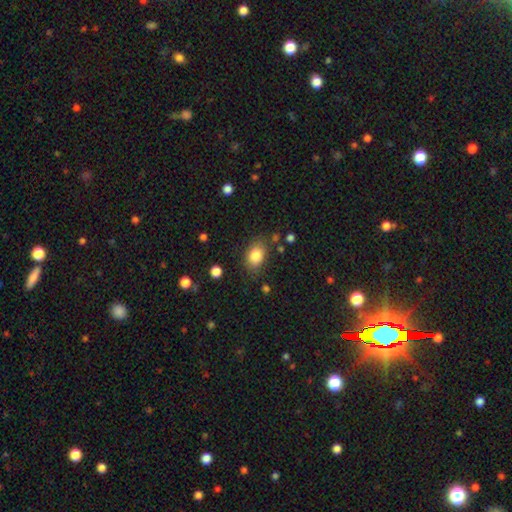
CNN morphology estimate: Smooth or featured: smooth — 84% (star or artifact — 9%)
How rounded: in between — 77% (round — 22%)
Merging: none — 77% (minor disturbance — 16%)